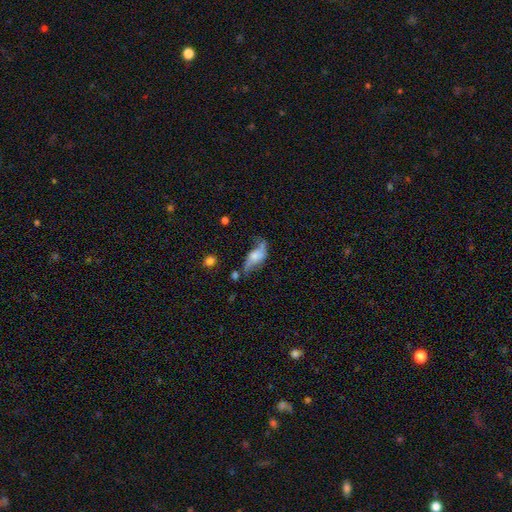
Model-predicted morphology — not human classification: A featured or disk galaxy (57%). Merging: none (43%).